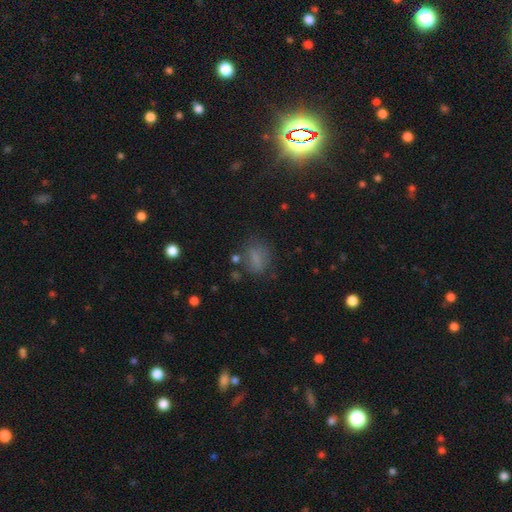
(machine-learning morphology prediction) Smooth or featured: smooth — 71% (star or artifact — 17%)
How rounded: in between — 63% (round — 33%)
Merging: none — 67% (minor disturbance — 19%)